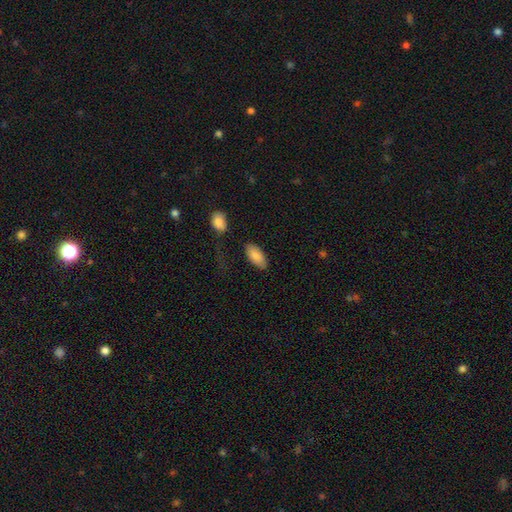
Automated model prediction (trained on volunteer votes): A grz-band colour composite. It shows a smooth galaxy with no disk features (87%) that is in between round and cigar-shaped (92%). Merging: none (79%).